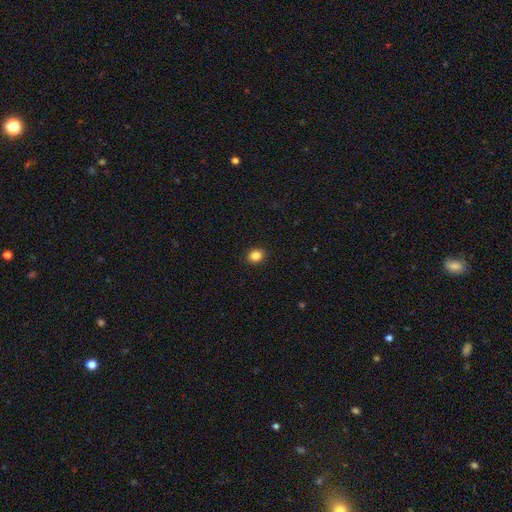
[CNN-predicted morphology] smooth-or-featured: smooth: 85% | star or artifact: 11% | featured or disk: 4%
  how-rounded: round: 57% | in between: 42% | cigar-shaped: 1%
  merging: none: 91% | minor disturbance: 6% | major disturbance: 2% | merger: 1%